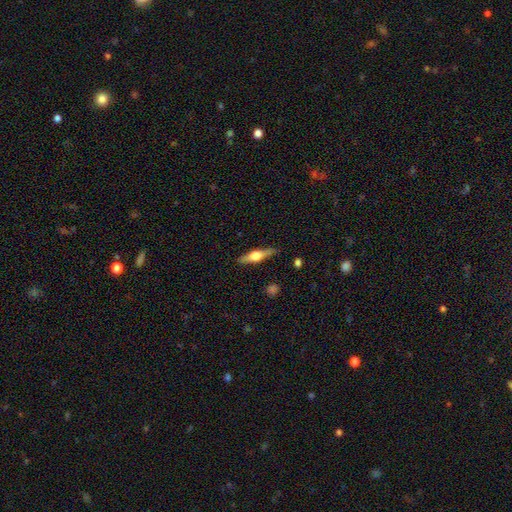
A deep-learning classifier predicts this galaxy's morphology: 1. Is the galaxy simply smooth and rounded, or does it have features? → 56% featured or disk, 38% smooth, 6% star or artifact.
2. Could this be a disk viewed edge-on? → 95% yes, 5% no.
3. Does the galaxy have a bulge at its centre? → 92% rounded, 5% boxy, 2% none.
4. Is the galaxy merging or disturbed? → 86% none, 11% minor disturbance, 2% major disturbance, 1% merger.